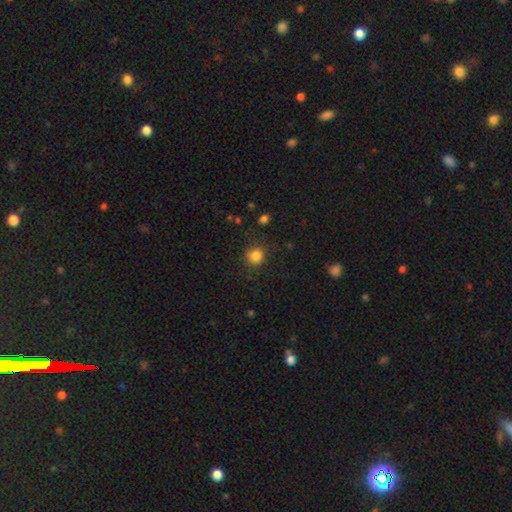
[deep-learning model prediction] A smooth galaxy with no disk features (83%) that is round (86%).

Vote fractions:
- Smooth or featured? smooth: 83% / star or artifact: 12% / featured or disk: 5%
- How rounded? round: 86% / in between: 13% / cigar-shaped: 1%
- Merging? none: 82% / minor disturbance: 12% / major disturbance: 4% / merger: 2%